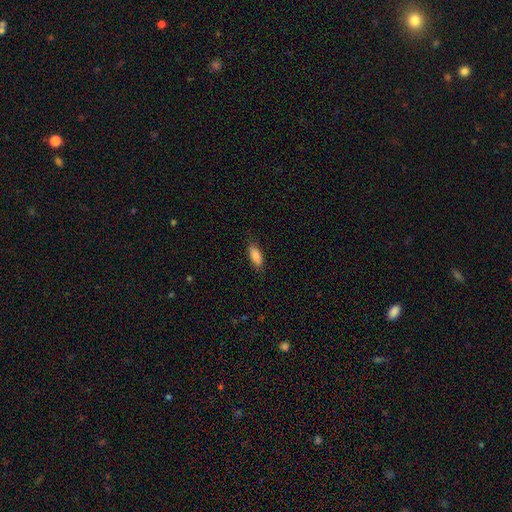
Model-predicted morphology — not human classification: This appears to be a smooth galaxy with no disk features (83%) that is in between round and cigar-shaped (75%). Merging: none (84%).